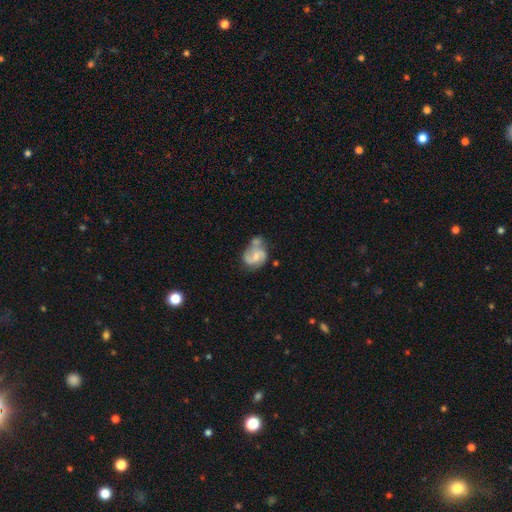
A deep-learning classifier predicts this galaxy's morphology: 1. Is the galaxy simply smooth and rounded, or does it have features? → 65% featured or disk, 28% smooth, 7% star or artifact.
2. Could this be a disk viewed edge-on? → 98% no, 2% yes.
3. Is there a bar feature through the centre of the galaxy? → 53% no, 39% weak, 8% strong.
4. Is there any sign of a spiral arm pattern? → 86% yes, 14% no.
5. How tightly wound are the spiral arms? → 49% medium, 29% loose, 23% tight.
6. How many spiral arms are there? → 80% 2, 9% can't tell, 7% 1, 3% 3, 1% 4, 1% more than 4.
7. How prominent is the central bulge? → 44% small, 39% moderate, 13% none, 4% large, 1% dominant.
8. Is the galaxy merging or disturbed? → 38% merger, 32% none, 20% minor disturbance, 11% major disturbance.